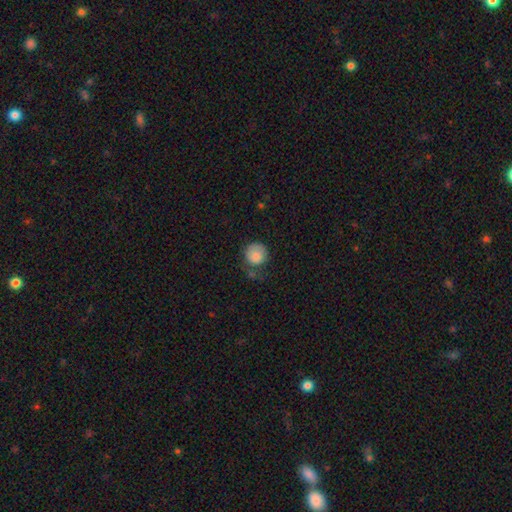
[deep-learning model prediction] This appears to be a smooth galaxy with no disk features (82%) that is round (89%). Merging: none (53%).